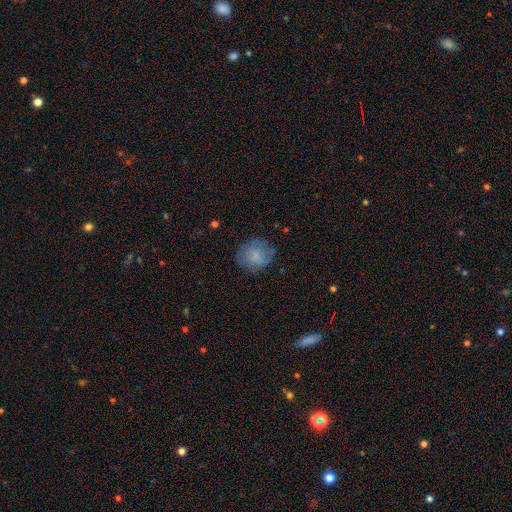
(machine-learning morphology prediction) Smooth or featured?
  - smooth: 76% *
  - featured or disk: 15%
  - star or artifact: 9%
How rounded?
  - round: 74% *
  - in between: 25%
  - cigar-shaped: 1%
Merging?
  - none: 73% *
  - minor disturbance: 18%
  - major disturbance: 7%
  - merger: 1%